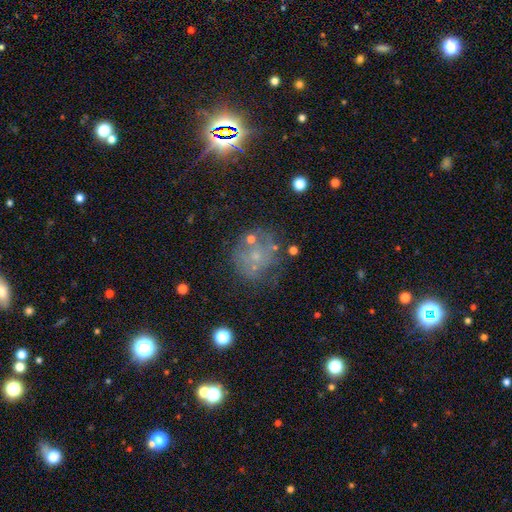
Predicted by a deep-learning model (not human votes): This appears to be a featured or disk galaxy (40%). Merging: none (57%).